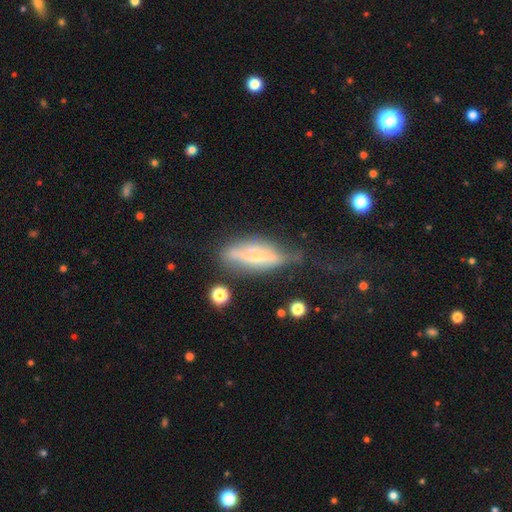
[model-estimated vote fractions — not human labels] Morphology: type=featured or disk (52%); edge-on=yes (73%); merging=none (45%).